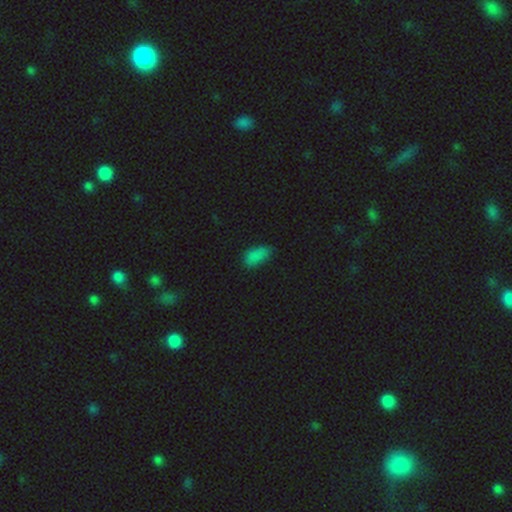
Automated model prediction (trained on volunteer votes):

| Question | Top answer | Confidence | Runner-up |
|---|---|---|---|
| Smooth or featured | smooth | 82% | star or artifact (13%) |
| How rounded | in between | 89% | cigar-shaped (7%) |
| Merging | none | 65% | minor disturbance (27%) |